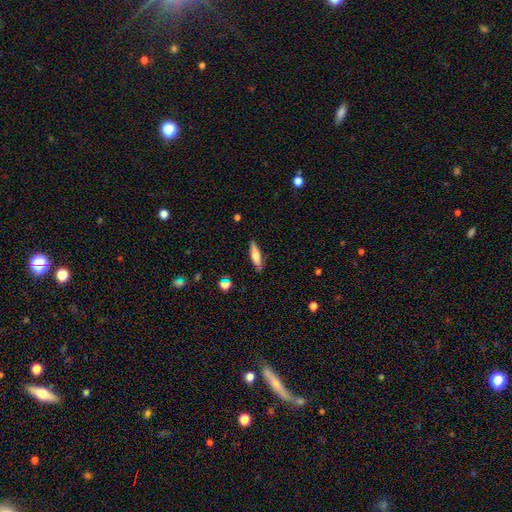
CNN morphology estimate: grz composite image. It shows a smooth galaxy with no disk features (64%) that is cigar-shaped (71%). Merging: none (86%).